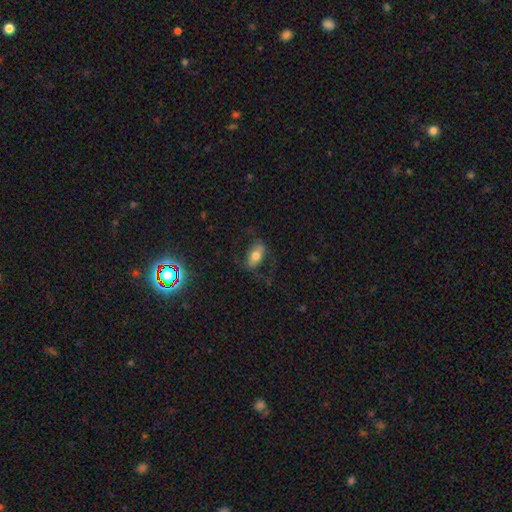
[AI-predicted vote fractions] A smooth galaxy with no disk features (60%) that is in between round and cigar-shaped (87%). Merging: none (68%).